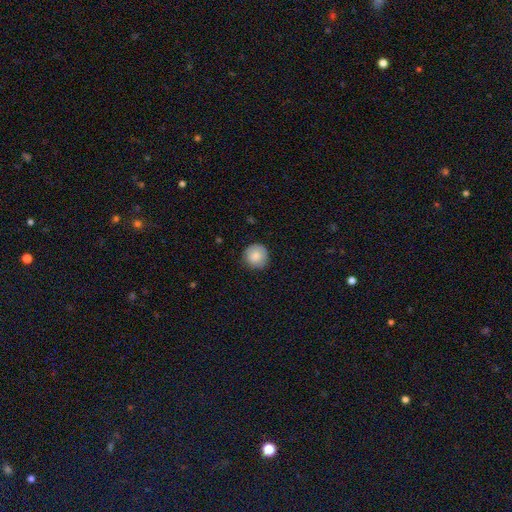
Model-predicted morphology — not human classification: Smooth or featured?
  - smooth: 84% *
  - featured or disk: 8%
  - star or artifact: 7%
How rounded?
  - round: 95% *
  - in between: 4%
  - cigar-shaped: 1%
Merging?
  - none: 86% *
  - minor disturbance: 11%
  - major disturbance: 2%
  - merger: 1%